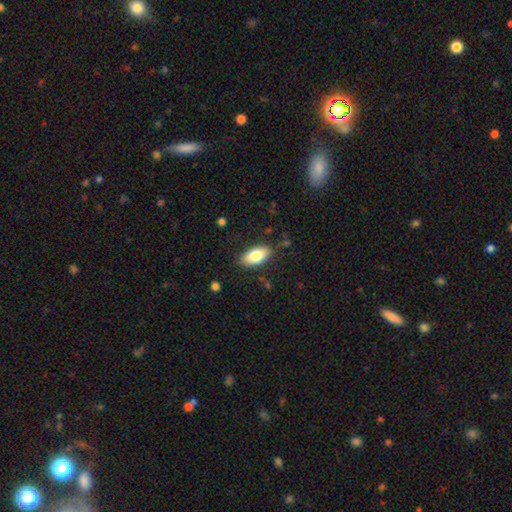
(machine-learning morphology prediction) Smooth or featured? Predicted: smooth (p=0.79). How rounded? Predicted: in between (p=0.91). Merging? Predicted: none (p=0.82).